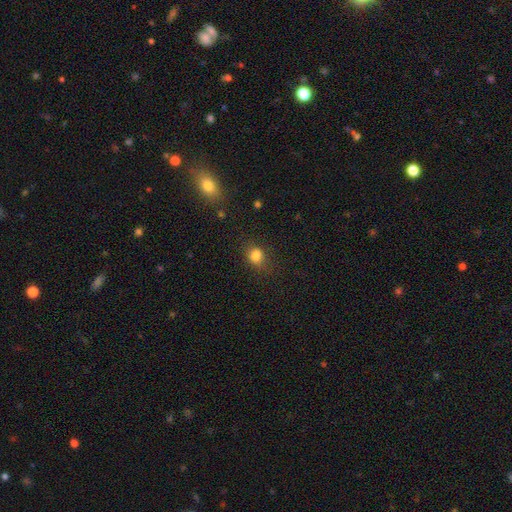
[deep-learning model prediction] smooth-or-featured: smooth: 80% | star or artifact: 14% | featured or disk: 7%
  how-rounded: round: 54% | in between: 44% | cigar-shaped: 1%
  merging: none: 61% | minor disturbance: 22% | major disturbance: 8% | merger: 8%